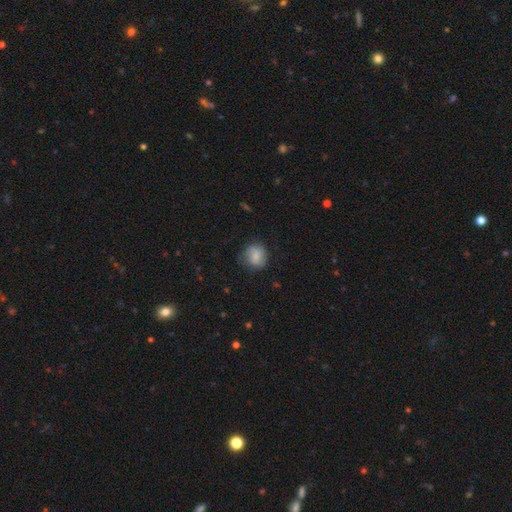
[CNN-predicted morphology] smooth-or-featured: smooth: 81% | featured or disk: 11% | star or artifact: 8%
  how-rounded: round: 79% | in between: 20% | cigar-shaped: 1%
  merging: none: 71% | minor disturbance: 21% | major disturbance: 6% | merger: 1%